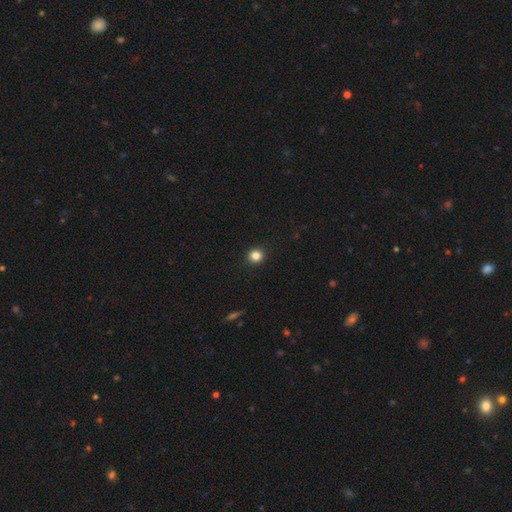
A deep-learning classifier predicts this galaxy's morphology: This appears to be a smooth galaxy with no disk features (84%) that is round (90%). Merging: none (92%).